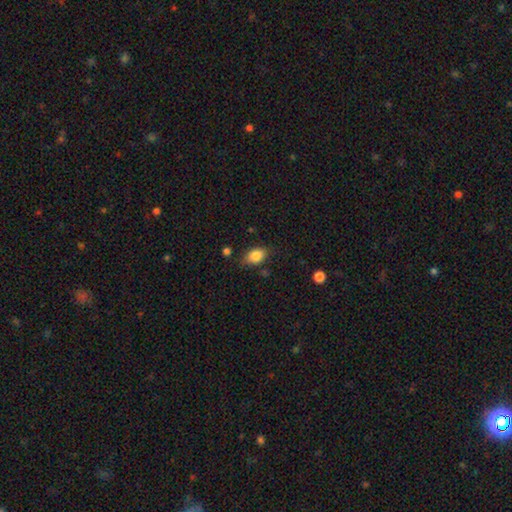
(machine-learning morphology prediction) The model was most divided on "merging": none: 75%, minor disturbance: 18%, major disturbance: 4%, merger: 2%. More confident: smooth or featured — smooth (86%); how rounded — in between (82%).